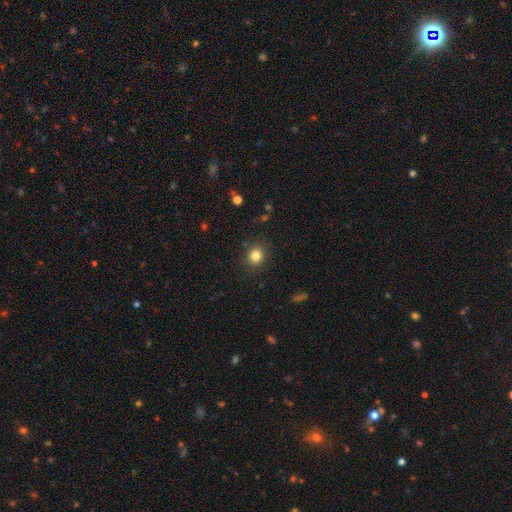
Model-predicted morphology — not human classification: smooth 82%, star or artifact 12%, featured or disk 6%. Down the decision tree: how rounded — round (79%); merging — none (89%).